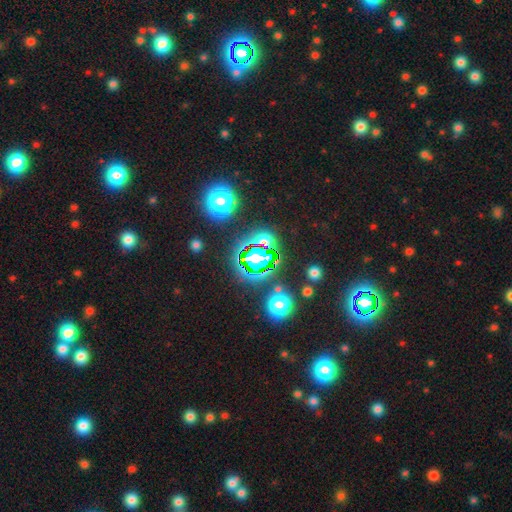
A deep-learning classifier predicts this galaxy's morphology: Smooth or featured: star or artifact — 73% (smooth — 18%)